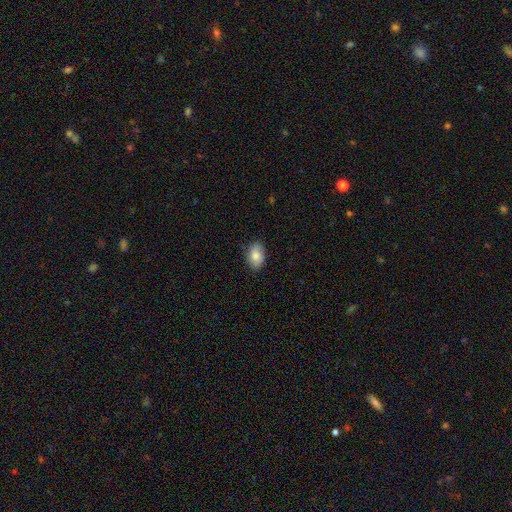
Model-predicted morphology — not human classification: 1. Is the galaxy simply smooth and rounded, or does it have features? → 85% smooth, 8% featured or disk, 7% star or artifact.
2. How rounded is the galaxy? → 91% in between, 8% round, 2% cigar-shaped.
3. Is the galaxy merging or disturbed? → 83% none, 13% minor disturbance, 2% major disturbance, 1% merger.